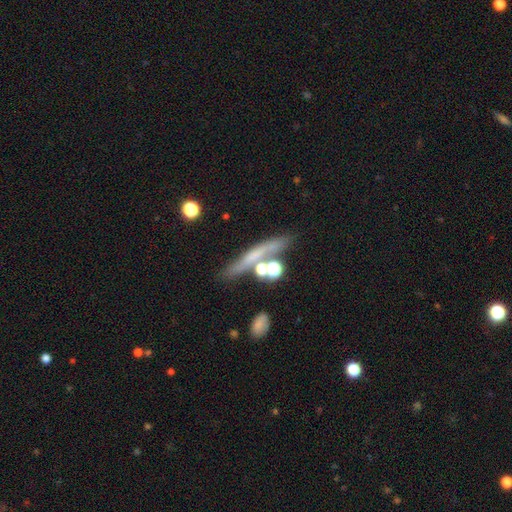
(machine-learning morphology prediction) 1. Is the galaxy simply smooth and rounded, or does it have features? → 45% smooth, 40% featured or disk, 14% star or artifact.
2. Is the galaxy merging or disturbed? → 64% none, 16% merger, 14% minor disturbance, 7% major disturbance.